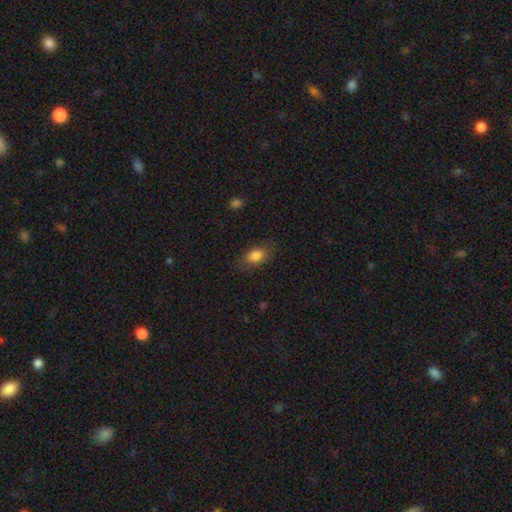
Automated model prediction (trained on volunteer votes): Smooth or featured?
  - smooth: 83% *
  - star or artifact: 9%
  - featured or disk: 9%
How rounded?
  - in between: 83% *
  - round: 14%
  - cigar-shaped: 3%
Merging?
  - none: 77% *
  - minor disturbance: 16%
  - major disturbance: 6%
  - merger: 1%